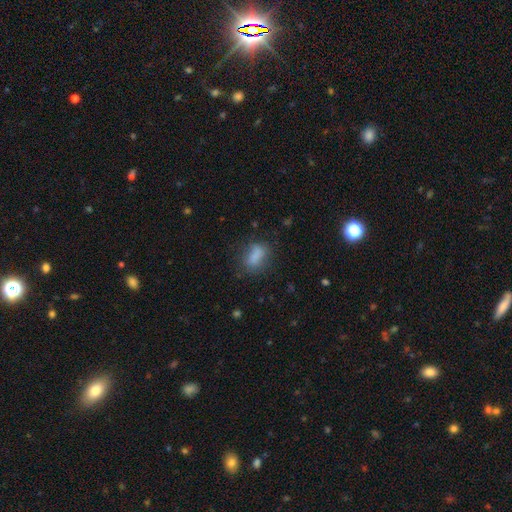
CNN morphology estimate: A smooth galaxy with no disk features (79%) that is in between round and cigar-shaped (80%).

Vote fractions:
- Smooth or featured? smooth: 79% / featured or disk: 11% / star or artifact: 10%
- How rounded? in between: 80% / round: 12% / cigar-shaped: 8%
- Merging? none: 64% / minor disturbance: 22% / major disturbance: 11% / merger: 3%